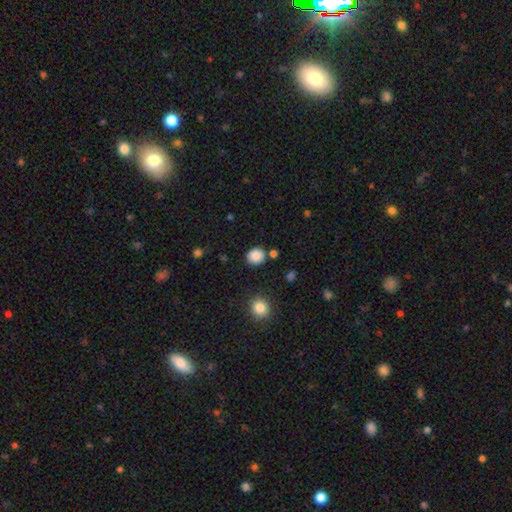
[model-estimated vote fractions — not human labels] A smooth galaxy with no disk features (86%) that is round (83%).

Vote fractions:
- Smooth or featured? smooth: 86% / star or artifact: 10% / featured or disk: 4%
- How rounded? round: 83% / in between: 16% / cigar-shaped: 1%
- Merging? none: 83% / minor disturbance: 9% / merger: 5% / major disturbance: 3%